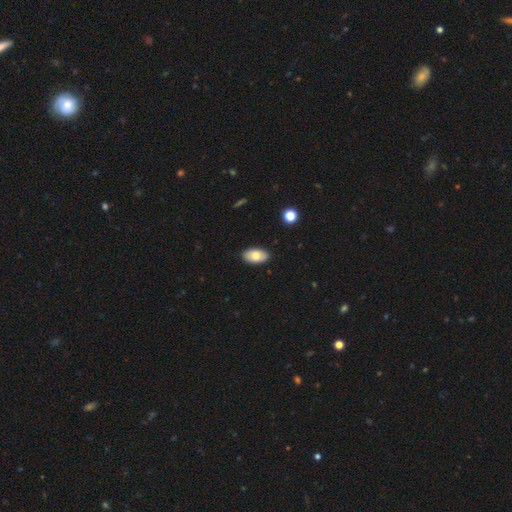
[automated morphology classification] Smooth or featured?
  - smooth: 74% *
  - featured or disk: 19%
  - star or artifact: 7%
How rounded?
  - in between: 94% *
  - round: 4%
  - cigar-shaped: 2%
Merging?
  - none: 88% *
  - minor disturbance: 9%
  - major disturbance: 2%
  - merger: 1%